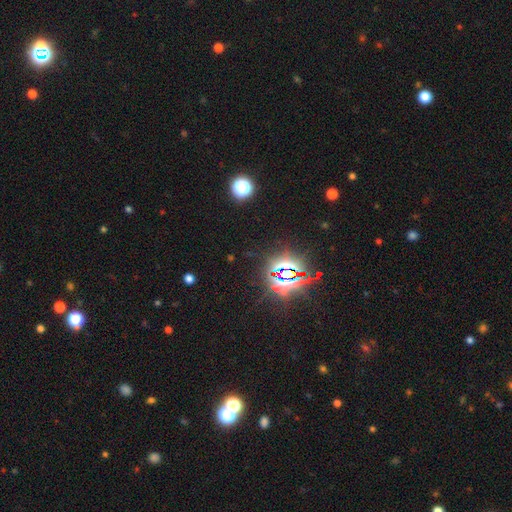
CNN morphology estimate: The model was most divided on "smooth or featured": star or artifact: 82%, smooth: 10%, featured or disk: 7%.